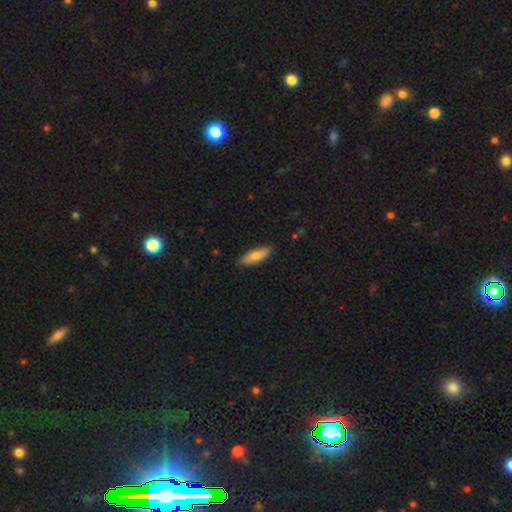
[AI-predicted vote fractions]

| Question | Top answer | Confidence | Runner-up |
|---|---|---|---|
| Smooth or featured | smooth | 78% | featured or disk (16%) |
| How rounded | cigar-shaped | 52% | in between (46%) |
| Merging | none | 87% | minor disturbance (10%) |